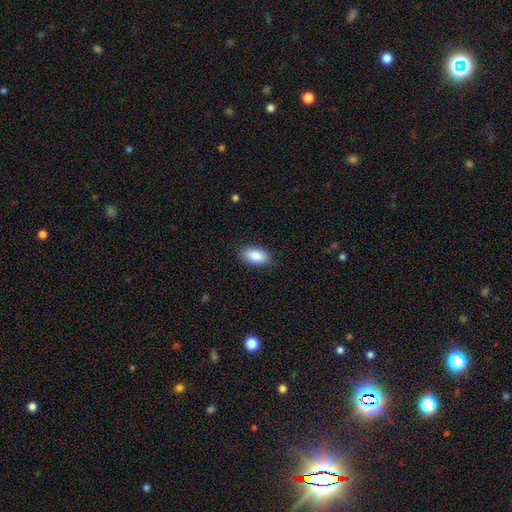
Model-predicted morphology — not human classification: smooth 87%, featured or disk 7%, star or artifact 6%. Down the decision tree: how rounded — in between (93%); merging — none (87%).